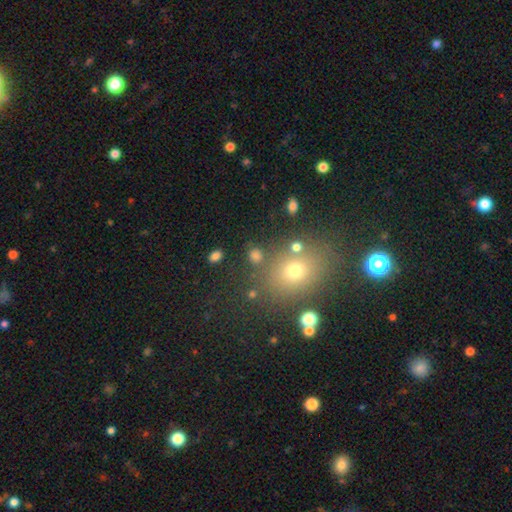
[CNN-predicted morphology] The model was most divided on "how rounded": round: 66%, in between: 32%, cigar-shaped: 2%. More confident: merging — none (75%); smooth or featured — smooth (72%).